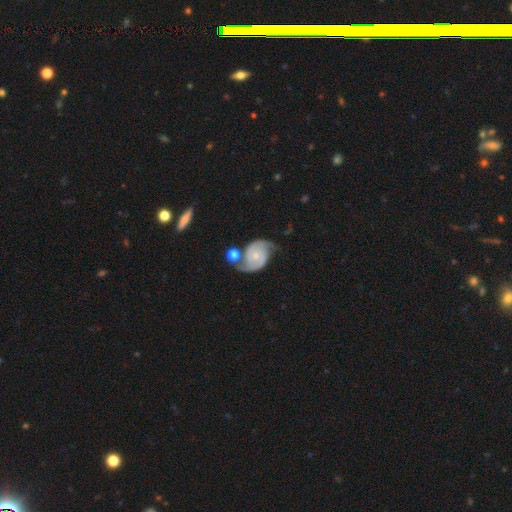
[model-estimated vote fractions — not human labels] Smooth or featured?
  - featured or disk: 86% *
  - smooth: 9%
  - star or artifact: 5%
Edge-on disk?
  - no: 98% *
  - yes: 2%
Bar?
  - no: 69% *
  - weak: 25%
  - strong: 5%
Spiral arms?
  - yes: 97% *
  - no: 3%
Spiral winding?
  - medium: 49% *
  - tight: 31%
  - loose: 20%
Spiral arm count?
  - 2: 91% *
  - can't tell: 3%
  - 3: 2%
  - 1: 2%
  - 4: 1%
  - more than 4: 1%
Bulge size?
  - small: 64% *
  - moderate: 25%
  - none: 7%
  - large: 2%
  - dominant: 1%
Merging?
  - none: 59% *
  - minor disturbance: 21%
  - merger: 12%
  - major disturbance: 8%